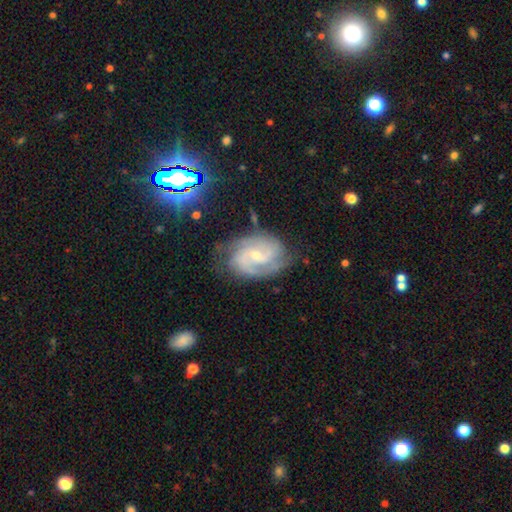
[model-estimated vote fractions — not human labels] Smooth or featured? Predicted: featured or disk (p=0.88). Edge-on disk? Predicted: no (p=0.97). Bar? Predicted: no (p=0.45). Spiral arms? Predicted: yes (p=0.97). Spiral winding? Predicted: tight (p=0.50). Spiral arm count? Predicted: 2 (p=0.64). Bulge size? Predicted: small (p=0.67). Merging? Predicted: none (p=0.72).